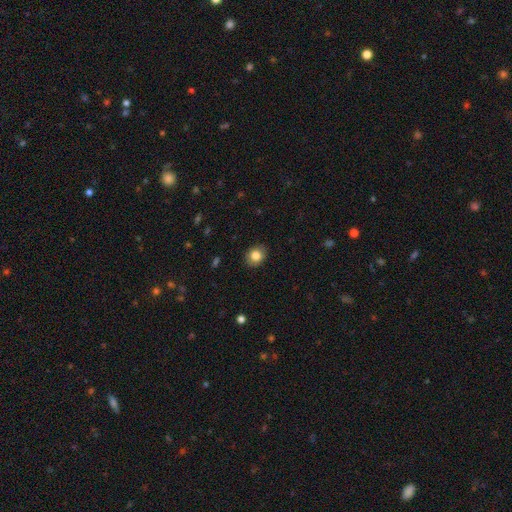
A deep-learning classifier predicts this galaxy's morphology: The model was most divided on "how rounded": round: 60%, in between: 39%, cigar-shaped: 1%. More confident: merging — none (89%); smooth or featured — smooth (83%).